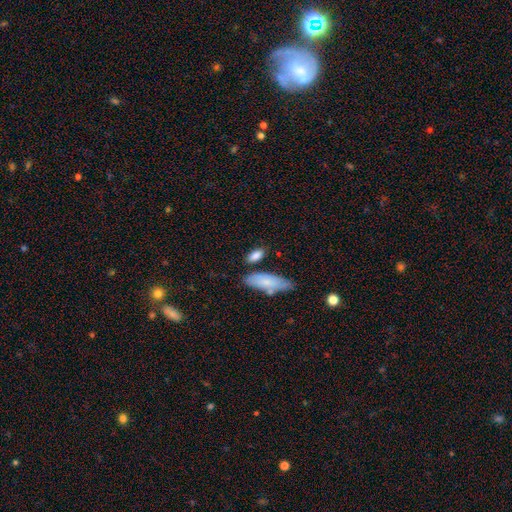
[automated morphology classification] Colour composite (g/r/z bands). It shows a smooth galaxy with no disk features (84%) that is in between round and cigar-shaped (75%). Merging: none (72%).